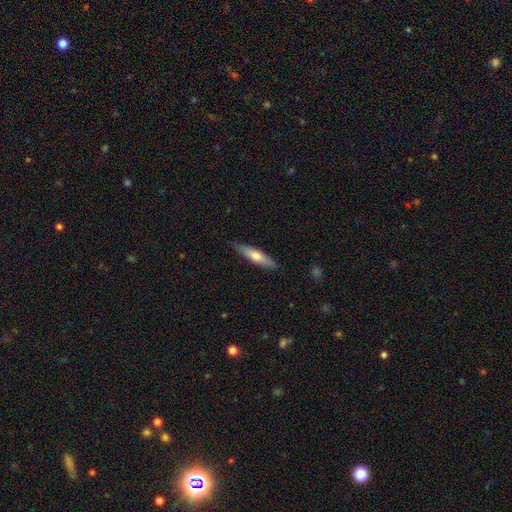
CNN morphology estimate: Smooth or featured? smooth (61%)
How rounded? cigar-shaped (76%)
Merging? none (86%)